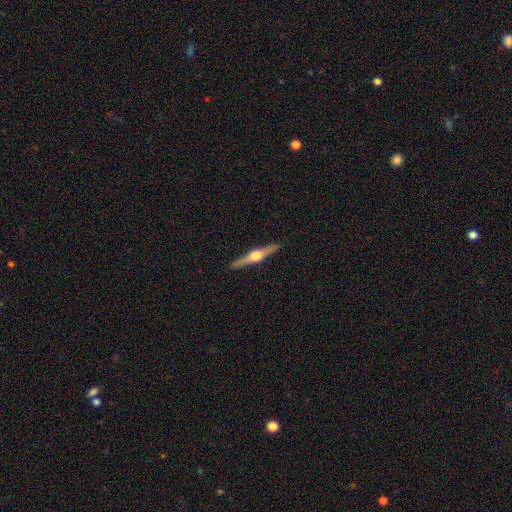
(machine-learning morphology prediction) A featured or disk galaxy (84%) viewed edge-on (98%) with a rounded central bulge (96%). Merging: none (92%).